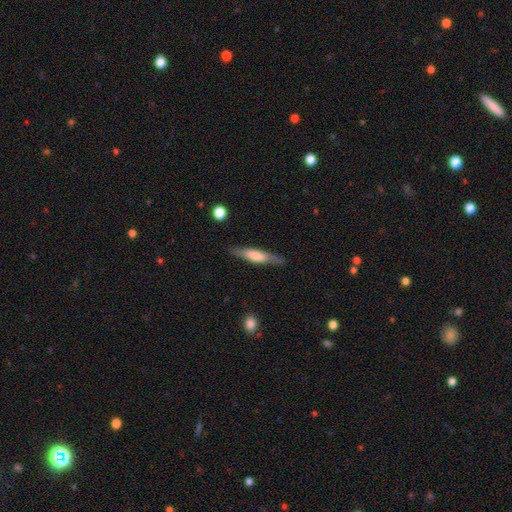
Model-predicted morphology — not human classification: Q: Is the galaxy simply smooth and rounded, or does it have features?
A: smooth — 54%.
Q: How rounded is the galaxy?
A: cigar-shaped — 79%.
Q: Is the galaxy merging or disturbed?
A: none — 82%.